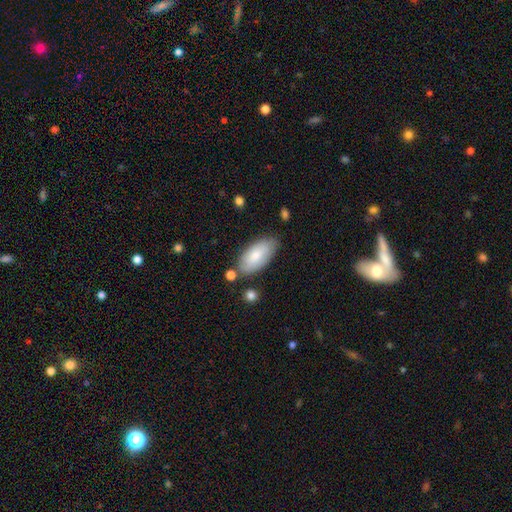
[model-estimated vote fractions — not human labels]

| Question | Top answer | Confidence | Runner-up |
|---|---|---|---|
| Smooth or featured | smooth | 78% | featured or disk (17%) |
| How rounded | in between | 91% | cigar-shaped (7%) |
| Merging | none | 75% | minor disturbance (17%) |